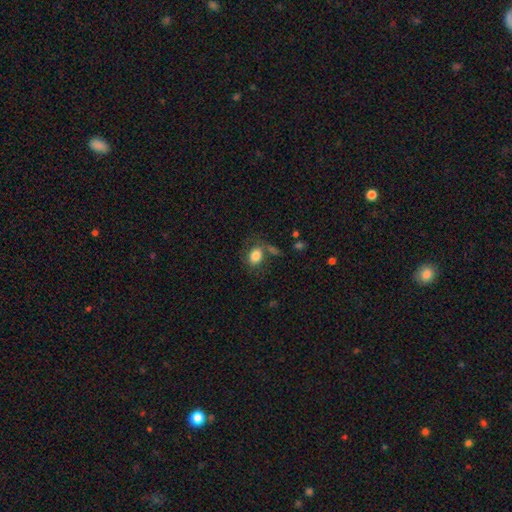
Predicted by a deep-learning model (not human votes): Morphology: type=smooth (82%); roundness=in between (69%); merging=none (59%).